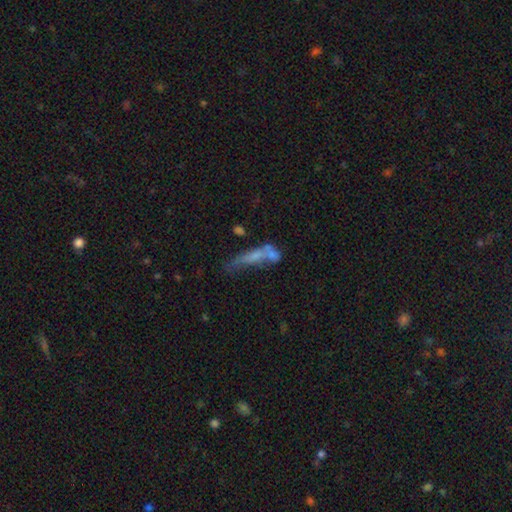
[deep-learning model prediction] smooth_or_featured: featured or disk (p=0.41) [alt: smooth p=0.40]
merging: merger (p=0.37) [alt: none p=0.31]